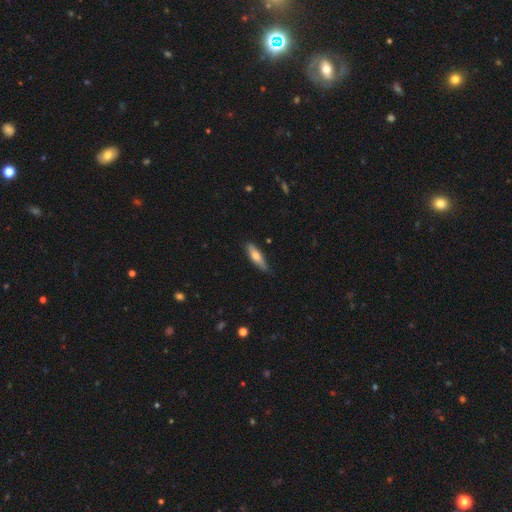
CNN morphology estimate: The model was most divided on "smooth or featured": smooth: 60%, featured or disk: 34%, star or artifact: 6%. More confident: merging — none (77%); how rounded — cigar-shaped (68%).